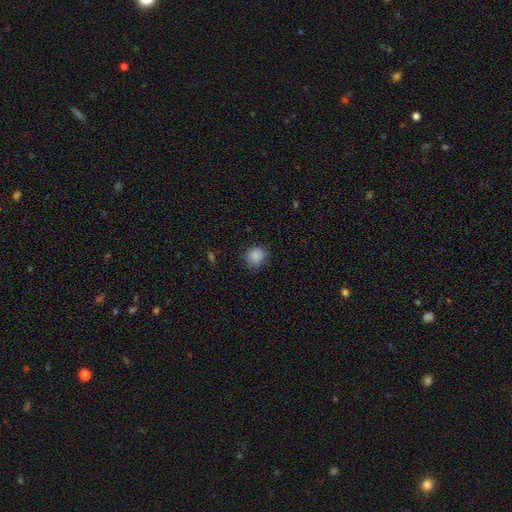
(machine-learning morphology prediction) Smooth or featured: smooth — 87% (star or artifact — 9%)
How rounded: round — 78% (in between — 21%)
Merging: none — 80% (minor disturbance — 15%)